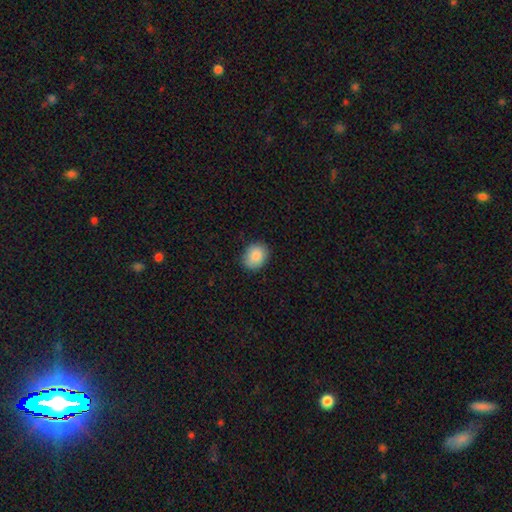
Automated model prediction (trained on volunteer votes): A smooth galaxy with no disk features (86%) that is round (55%). Merging: none (83%).